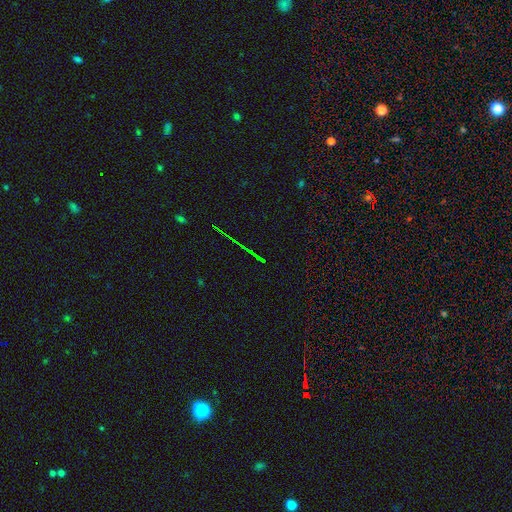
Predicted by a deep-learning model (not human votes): This appears to be a star or artifact, not a galaxy (78%).